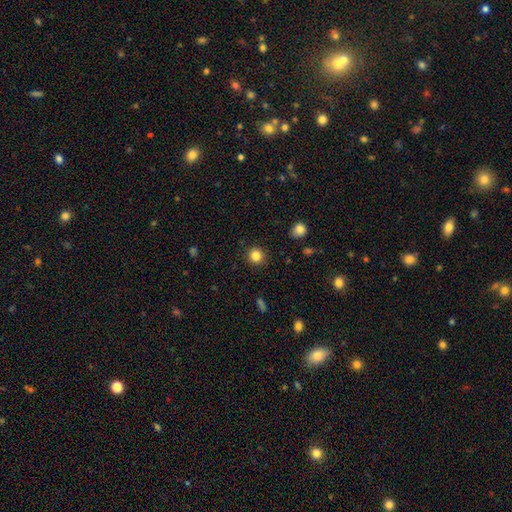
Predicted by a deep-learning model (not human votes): Overall: smooth (84%). How rounded: round (92%). Merging: none (91%).